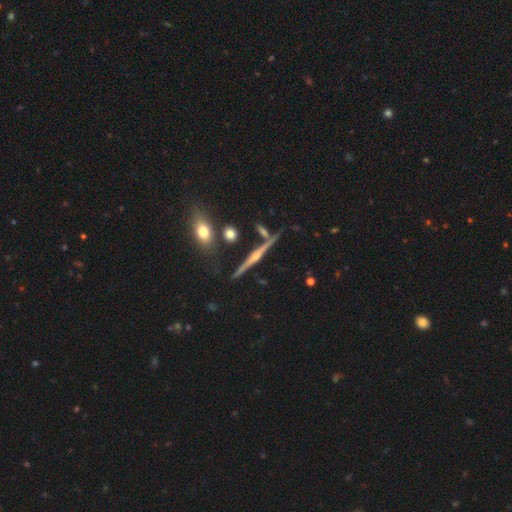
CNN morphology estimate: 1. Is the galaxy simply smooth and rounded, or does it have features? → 83% featured or disk, 9% smooth, 7% star or artifact.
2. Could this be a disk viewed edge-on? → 98% yes, 2% no.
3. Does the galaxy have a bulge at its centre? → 87% rounded, 7% none, 6% boxy.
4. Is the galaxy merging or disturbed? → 84% none, 9% minor disturbance, 5% merger, 2% major disturbance.